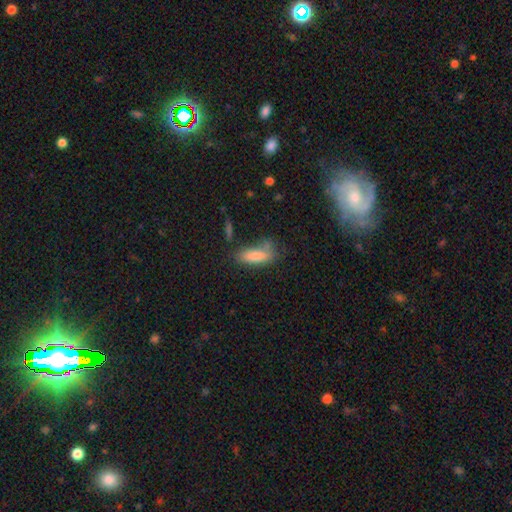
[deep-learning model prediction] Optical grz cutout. It shows a smooth galaxy with no disk features (81%) that is in between round and cigar-shaped (60%). Merging: none (56%).